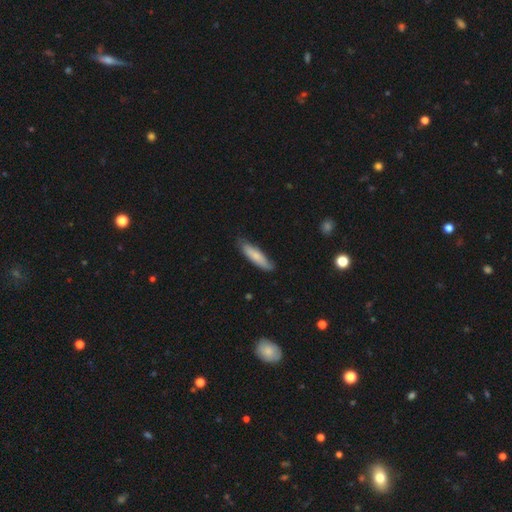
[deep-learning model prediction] This is likely a smooth galaxy (74%). How rounded: likely cigar-shaped (70%). Merging: likely none (76%).